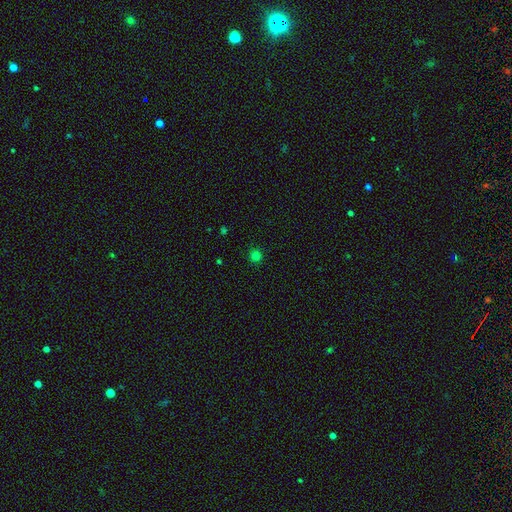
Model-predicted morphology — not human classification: smooth_or_featured: smooth (p=0.77) [alt: star or artifact p=0.18]
how_rounded: round (p=0.93) [alt: in between p=0.06]
merging: none (p=0.91) [alt: minor disturbance p=0.06]